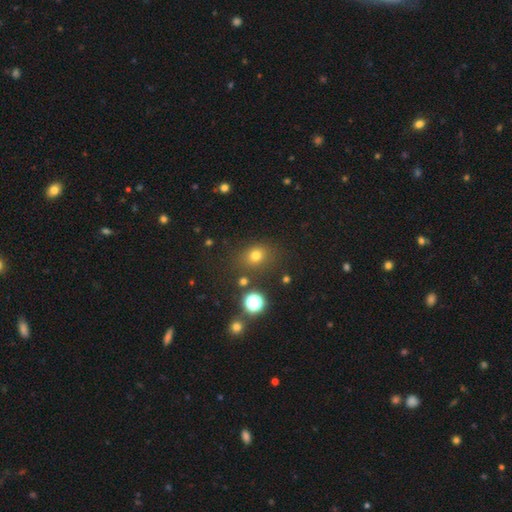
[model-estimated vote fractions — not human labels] This is likely a smooth galaxy (72%). How rounded: likely round (65%). Merging: likely none (80%).